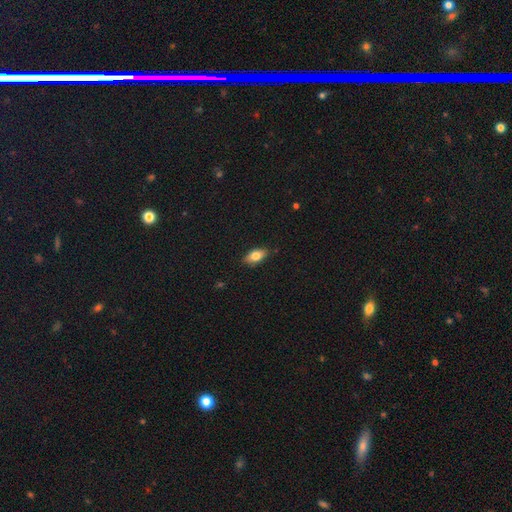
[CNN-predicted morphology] Smooth or featured? Predicted: smooth (p=0.75). How rounded? Predicted: in between (p=0.87). Merging? Predicted: none (p=0.86).